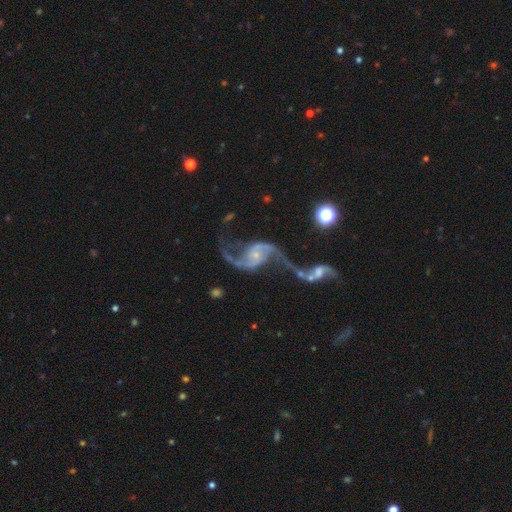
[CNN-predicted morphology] Q: Smooth or featured?
A: featured or disk (91%); runner-up: star or artifact (5%)
Q: Edge-on disk?
A: no (97%); runner-up: yes (3%)
Q: Bar?
A: no (57%); runner-up: weak (33%)
Q: Spiral arms?
A: yes (96%); runner-up: no (4%)
Q: Spiral winding?
A: loose (77%); runner-up: medium (18%)
Q: Spiral arm count?
A: 2 (93%); runner-up: 1 (2%)
Q: Bulge size?
A: small (66%); runner-up: moderate (22%)
Q: Merging?
A: merger (45%); runner-up: none (27%)